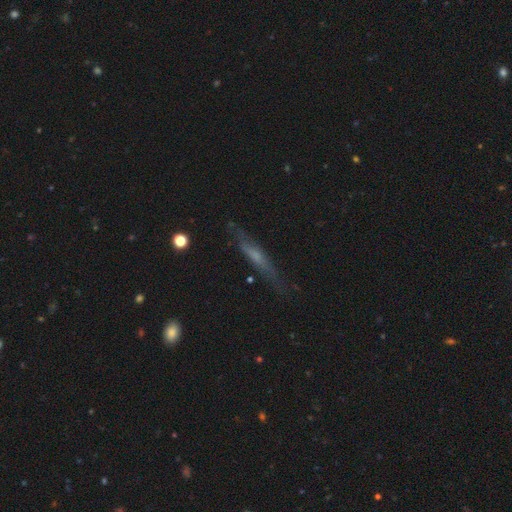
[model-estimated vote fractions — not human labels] Smooth or featured? featured or disk (55%)
Edge-on disk? yes (85%)
Merging? none (75%)